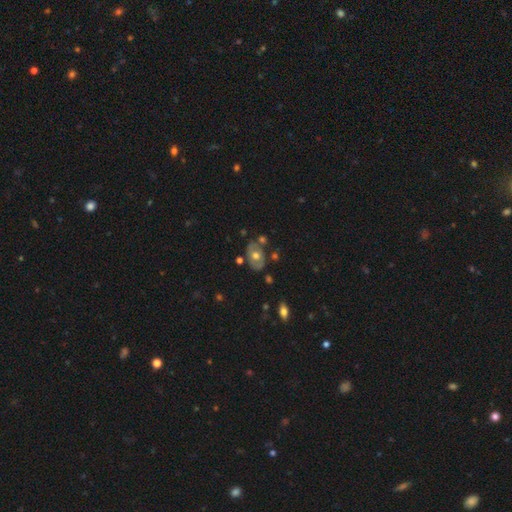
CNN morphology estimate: featured or disk 49%, smooth 43%, star or artifact 8%. Down the decision tree: merging — none (69%).